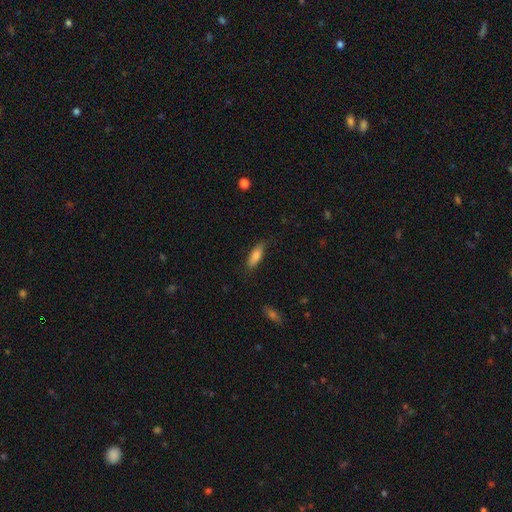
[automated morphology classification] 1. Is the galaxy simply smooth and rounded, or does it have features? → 75% smooth, 18% featured or disk, 7% star or artifact.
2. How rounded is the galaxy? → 50% in between, 48% cigar-shaped, 2% round.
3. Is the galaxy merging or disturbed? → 81% none, 15% minor disturbance, 3% major disturbance, 1% merger.